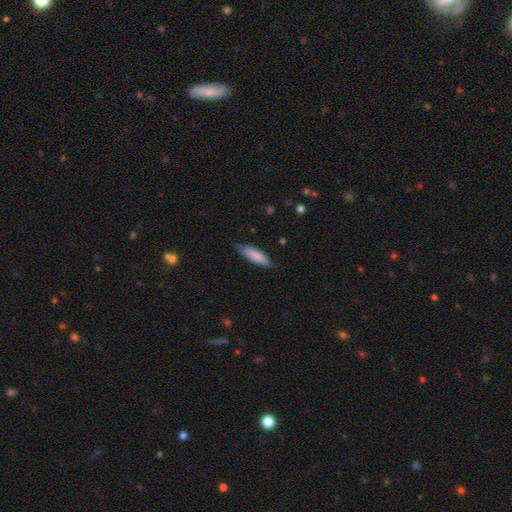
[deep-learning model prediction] smooth-or-featured: smooth: 83% | featured or disk: 12% | star or artifact: 5%
  how-rounded: cigar-shaped: 62% | in between: 36% | round: 1%
  merging: none: 79% | minor disturbance: 18% | major disturbance: 3% | merger: 1%